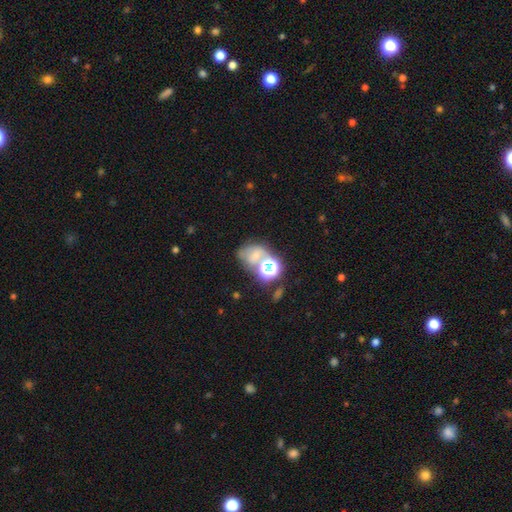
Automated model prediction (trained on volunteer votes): This appears to be a smooth galaxy with no disk features (45%). Merging: merger (38%).